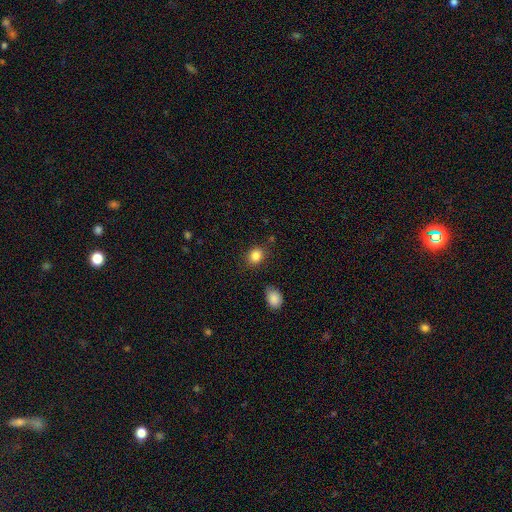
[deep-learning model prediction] smooth-or-featured: smooth: 85% | star or artifact: 10% | featured or disk: 5%
  how-rounded: round: 61% | in between: 38% | cigar-shaped: 1%
  merging: none: 82% | minor disturbance: 12% | major disturbance: 3% | merger: 3%